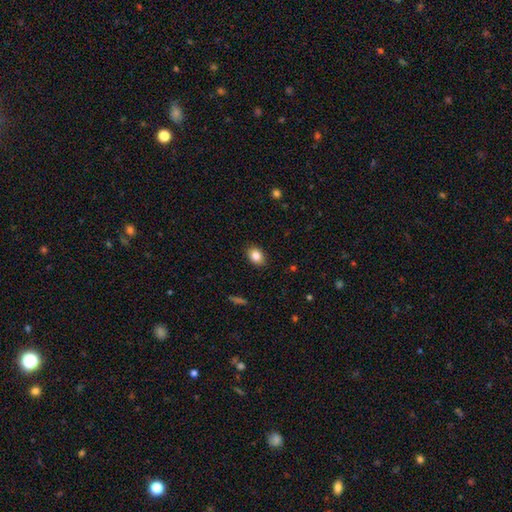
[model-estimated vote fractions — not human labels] Smooth or featured: smooth — 84% (star or artifact — 9%)
How rounded: in between — 71% (round — 28%)
Merging: none — 89% (minor disturbance — 8%)